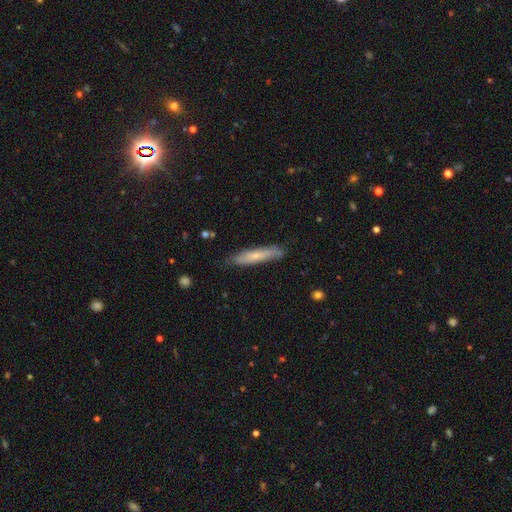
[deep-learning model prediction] Smooth or featured? Predicted: smooth (p=0.60). How rounded? Predicted: cigar-shaped (p=0.88). Merging? Predicted: none (p=0.79).